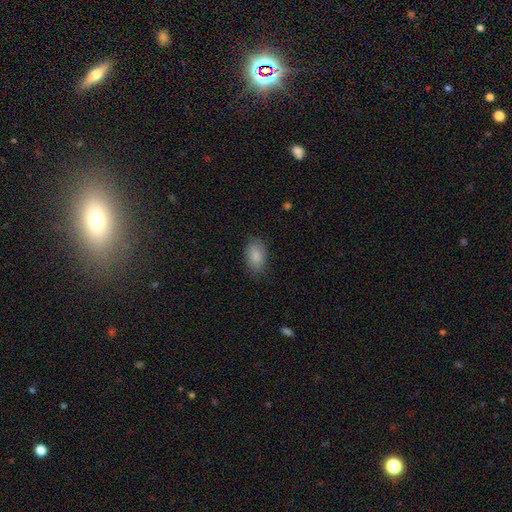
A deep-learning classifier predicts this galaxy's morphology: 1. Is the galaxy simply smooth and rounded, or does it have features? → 88% smooth, 7% star or artifact, 5% featured or disk.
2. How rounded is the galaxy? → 89% in between, 9% round, 1% cigar-shaped.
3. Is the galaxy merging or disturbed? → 80% none, 15% minor disturbance, 4% major disturbance, 1% merger.